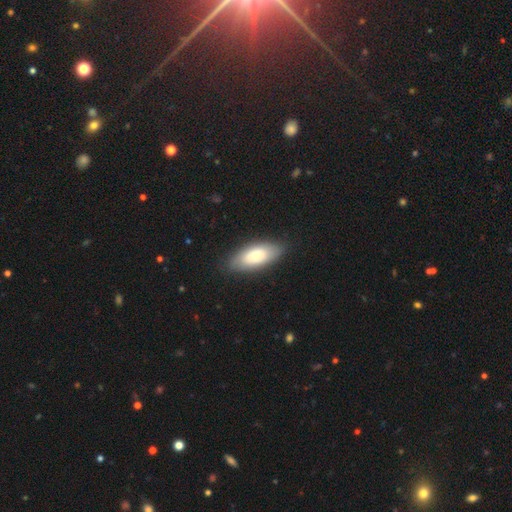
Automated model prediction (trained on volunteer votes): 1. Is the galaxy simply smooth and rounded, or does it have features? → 74% smooth, 20% featured or disk, 6% star or artifact.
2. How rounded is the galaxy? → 85% in between, 13% cigar-shaped, 2% round.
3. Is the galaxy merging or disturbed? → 81% none, 14% minor disturbance, 3% major disturbance, 1% merger.